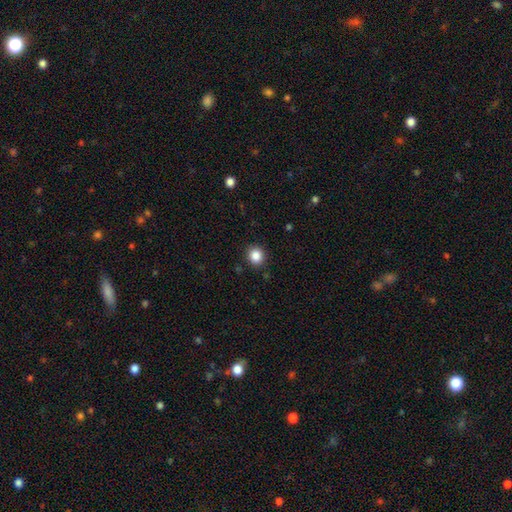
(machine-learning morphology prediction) This is clearly a smooth galaxy (86%). How rounded: clearly round (84%). Merging: clearly none (90%).